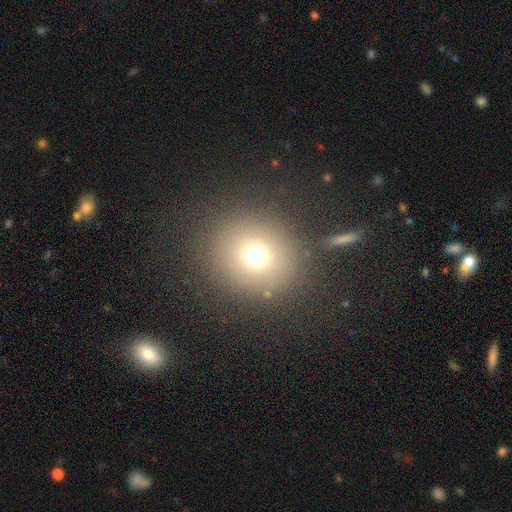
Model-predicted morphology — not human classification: A smooth galaxy with no disk features (70%) that is round (86%). Merging: none (83%).